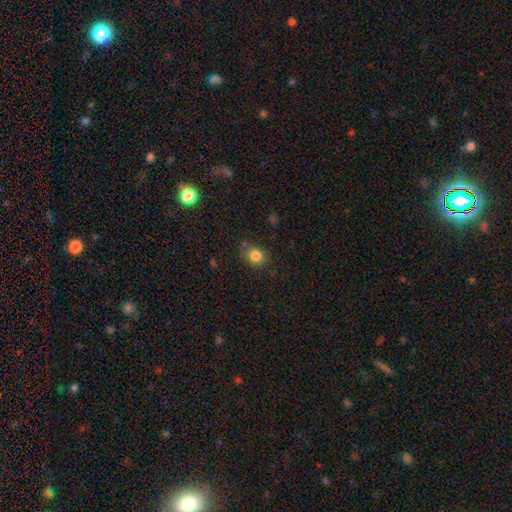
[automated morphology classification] A smooth galaxy with no disk features (83%) that is round (70%). Merging: none (74%).